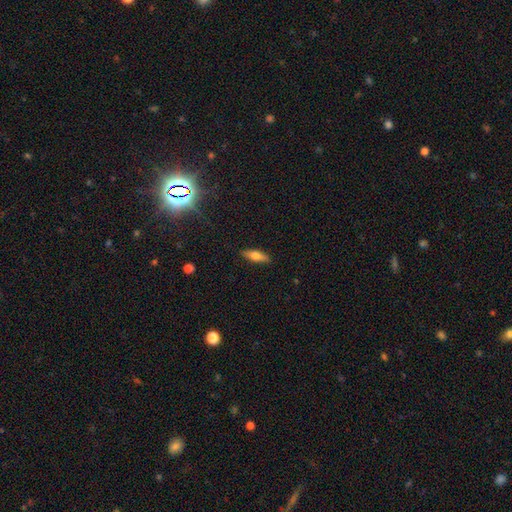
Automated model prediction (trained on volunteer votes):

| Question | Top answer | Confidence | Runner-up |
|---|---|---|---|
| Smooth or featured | smooth | 64% | featured or disk (28%) |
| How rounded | in between | 49% | cigar-shaped (48%) |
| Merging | none | 88% | minor disturbance (9%) |